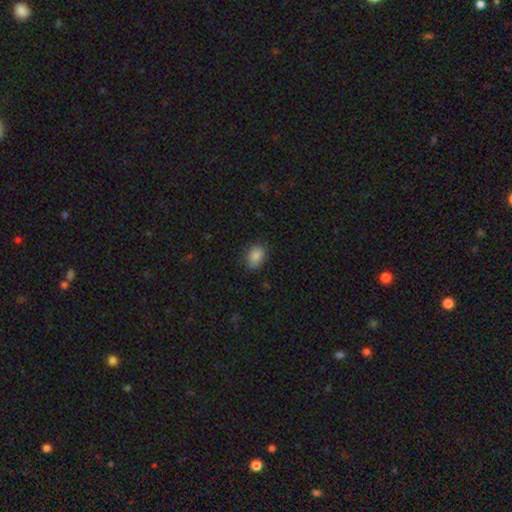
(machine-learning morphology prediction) smooth_or_featured: smooth (p=0.86) [alt: star or artifact p=0.08]
how_rounded: in between (p=0.74) [alt: round p=0.25]
merging: none (p=0.83) [alt: minor disturbance p=0.13]